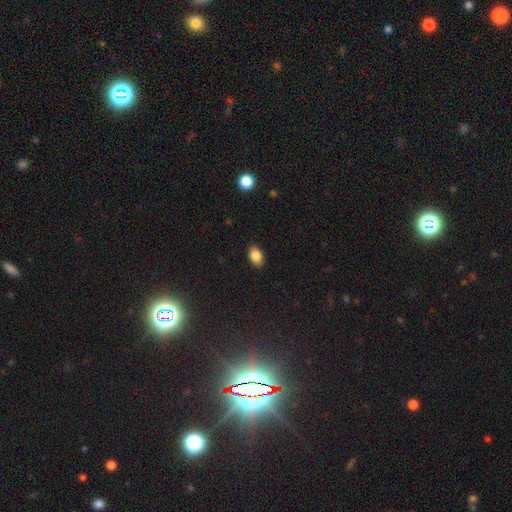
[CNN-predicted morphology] type=smooth (85%); roundness=in between (88%); merging=none (88%).